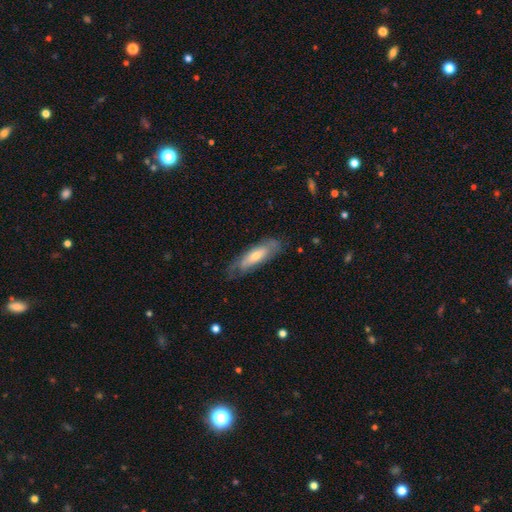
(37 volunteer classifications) Volunteers were most divided on "spiral arm count" (2-way tie): 1: 33%, can't tell: 33%, 2: 22%, 3: 11%, 4: 0%, more than 4: 0%; "bulge size" (2-way tie): moderate: 43%, small: 43%, large: 7%, none: 7%, dominant: 0%. More confident: merging — none (77%); smooth or featured — featured or disk (73%); spiral winding — tight (67%); spiral arms — yes (64%); edge-on disk — no (52%); bar — no (50%).